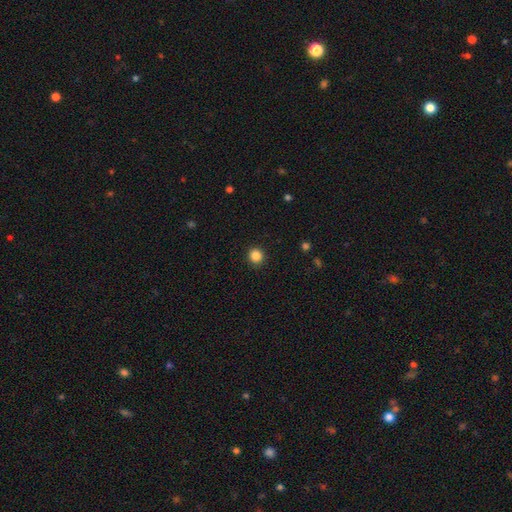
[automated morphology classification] Smooth or featured: smooth — 85% (star or artifact — 11%)
How rounded: round — 94% (in between — 5%)
Merging: none — 92% (minor disturbance — 5%)